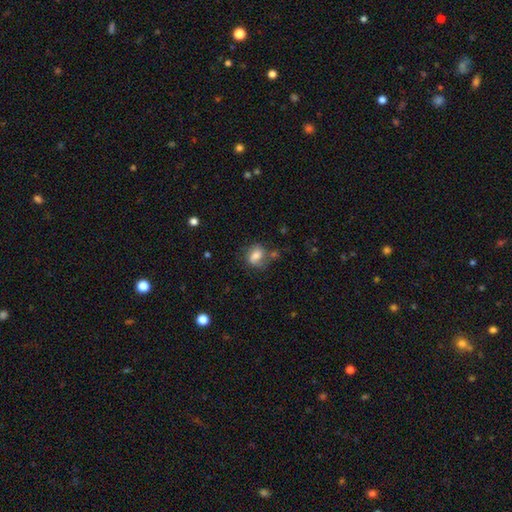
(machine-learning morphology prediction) A smooth galaxy with no disk features (58%) that is in between round and cigar-shaped (56%).

Vote fractions:
- Smooth or featured? smooth: 58% / featured or disk: 32% / star or artifact: 10%
- How rounded? in between: 56% / round: 43% / cigar-shaped: 2%
- Merging? none: 50% / minor disturbance: 25% / major disturbance: 14% / merger: 10%